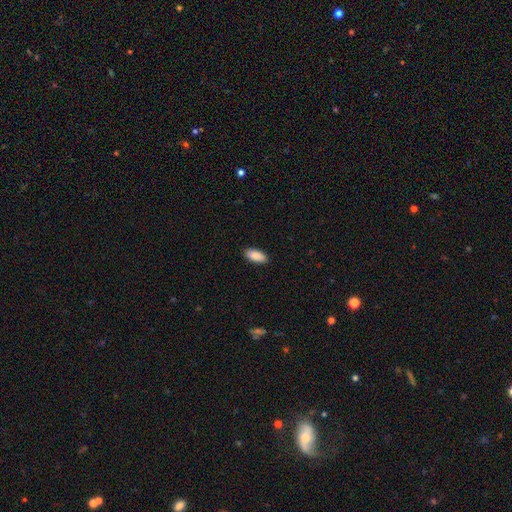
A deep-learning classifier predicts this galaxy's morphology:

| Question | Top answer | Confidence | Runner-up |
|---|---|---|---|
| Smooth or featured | smooth | 88% | star or artifact (6%) |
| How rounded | in between | 90% | cigar-shaped (8%) |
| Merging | none | 89% | minor disturbance (9%) |